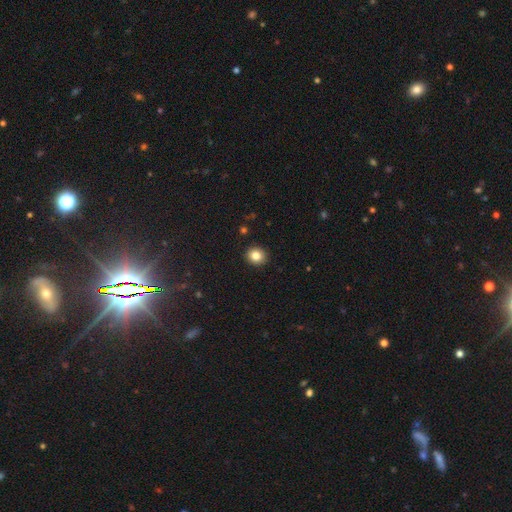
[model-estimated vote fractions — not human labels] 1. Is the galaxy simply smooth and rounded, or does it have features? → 84% smooth, 10% star or artifact, 6% featured or disk.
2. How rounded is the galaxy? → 82% round, 17% in between, 1% cigar-shaped.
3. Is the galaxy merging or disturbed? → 92% none, 5% minor disturbance, 2% major disturbance, 1% merger.